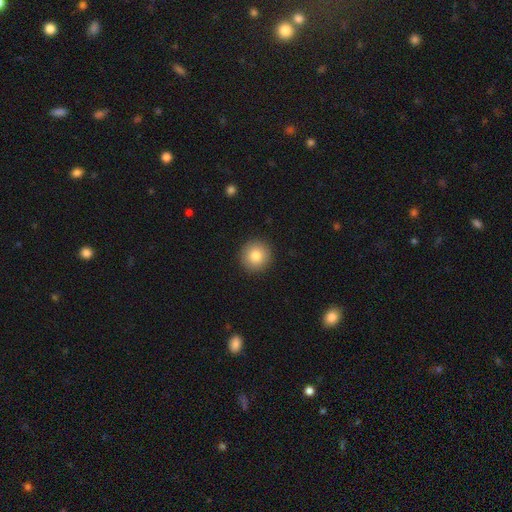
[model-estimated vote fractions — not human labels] Morphology: type=smooth (83%); roundness=round (95%); merging=none (93%).